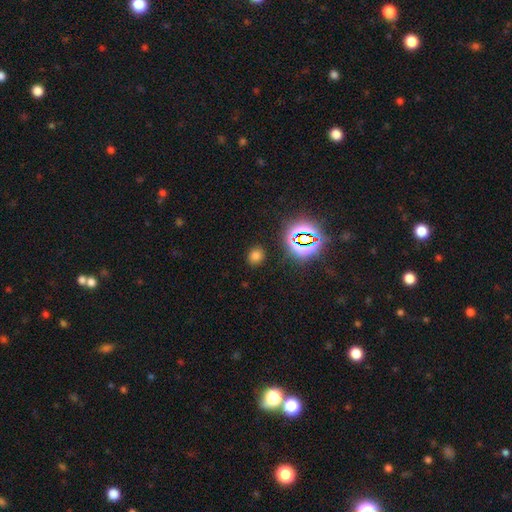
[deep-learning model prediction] A smooth galaxy with no disk features (69%) that is round (68%). Merging: none (86%).